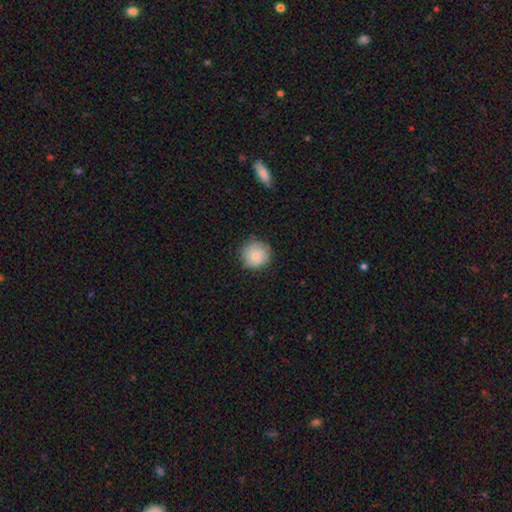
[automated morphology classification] Smooth or featured? smooth (82%)
How rounded? round (94%)
Merging? none (83%)